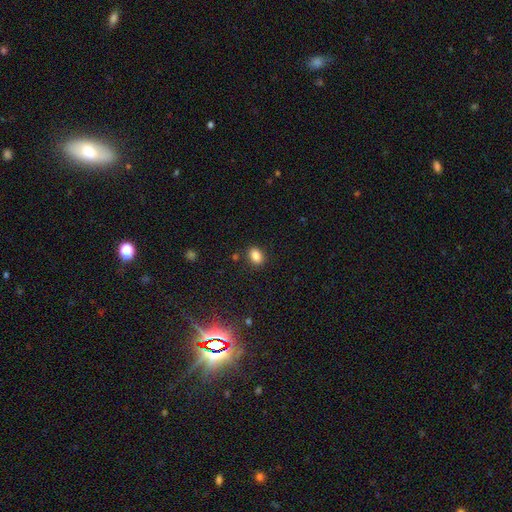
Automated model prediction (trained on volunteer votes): Morphology: type=smooth (85%); roundness=in between (75%); merging=none (85%).